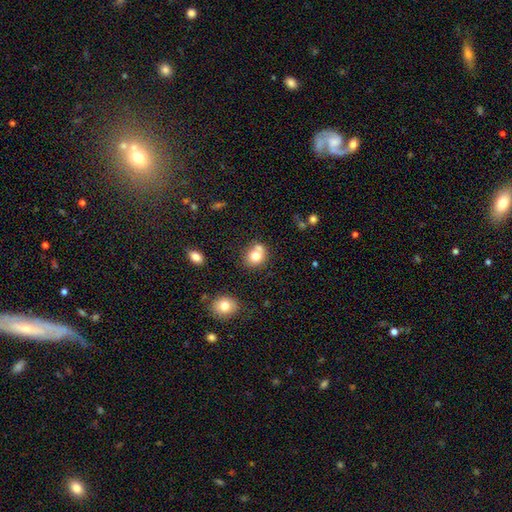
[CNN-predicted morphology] Smooth or featured? smooth (76%)
How rounded? round (73%)
Merging? none (52%)